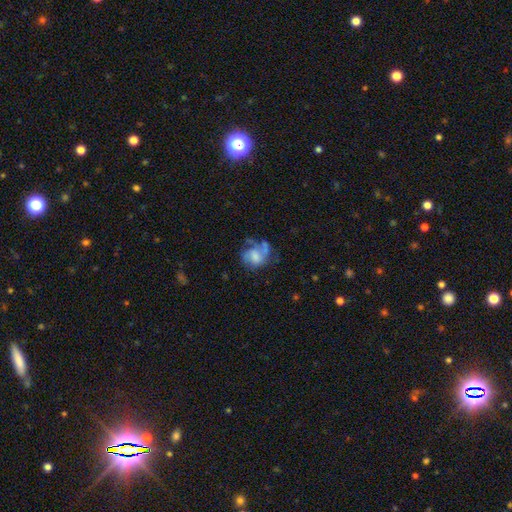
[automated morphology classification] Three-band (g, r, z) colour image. It shows a featured or disk galaxy (50%). Merging: none (36%).